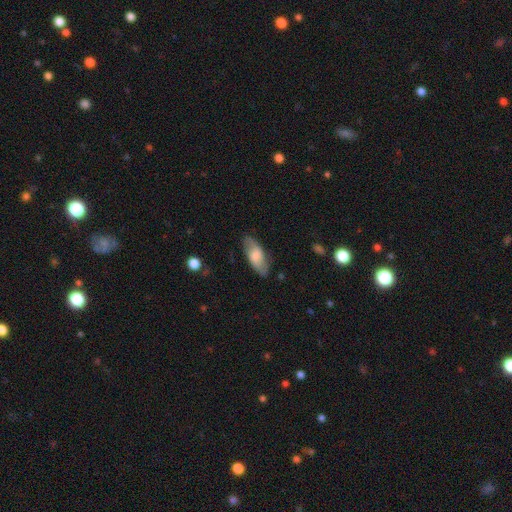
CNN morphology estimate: Q: Smooth or featured?
A: smooth (64%); runner-up: featured or disk (30%)
Q: How rounded?
A: in between (82%); runner-up: cigar-shaped (16%)
Q: Merging?
A: none (77%); runner-up: minor disturbance (17%)